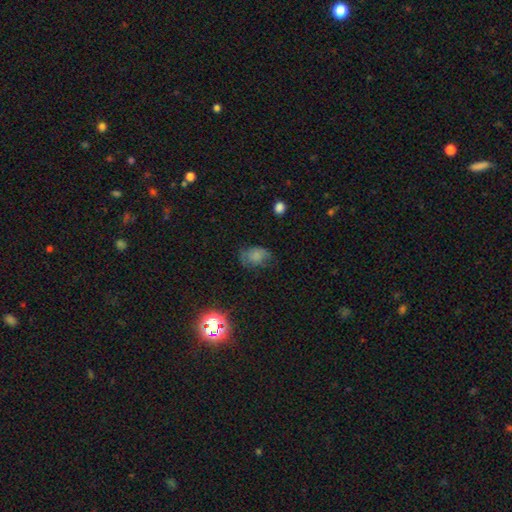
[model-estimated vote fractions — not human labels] Smooth or featured?
  - smooth: 72% *
  - featured or disk: 15%
  - star or artifact: 13%
How rounded?
  - in between: 76% *
  - round: 23%
  - cigar-shaped: 1%
Merging?
  - none: 56% *
  - minor disturbance: 29%
  - major disturbance: 13%
  - merger: 2%